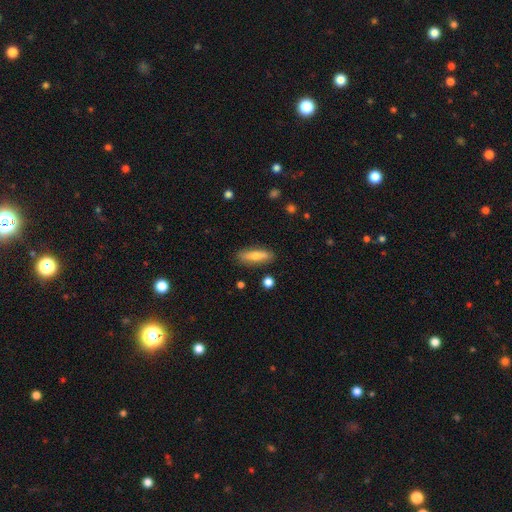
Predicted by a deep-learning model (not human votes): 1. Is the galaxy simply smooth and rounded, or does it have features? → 61% smooth, 31% featured or disk, 8% star or artifact.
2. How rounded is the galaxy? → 62% cigar-shaped, 35% in between, 3% round.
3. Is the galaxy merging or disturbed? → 86% none, 10% minor disturbance, 2% major disturbance, 2% merger.